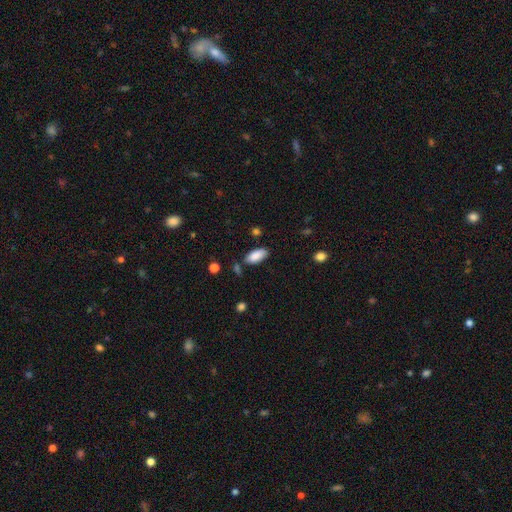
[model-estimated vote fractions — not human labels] Smooth or featured?
  - smooth: 88% *
  - star or artifact: 7%
  - featured or disk: 5%
How rounded?
  - in between: 88% *
  - cigar-shaped: 10%
  - round: 2%
Merging?
  - none: 78% *
  - minor disturbance: 14%
  - merger: 4%
  - major disturbance: 3%